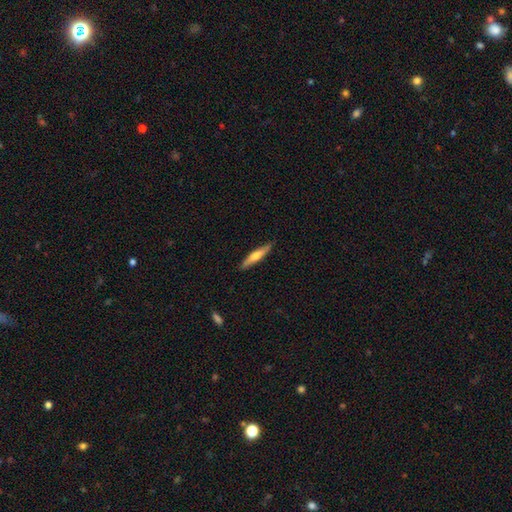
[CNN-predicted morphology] A smooth galaxy with no disk features (58%) that is cigar-shaped (88%). Merging: none (87%).